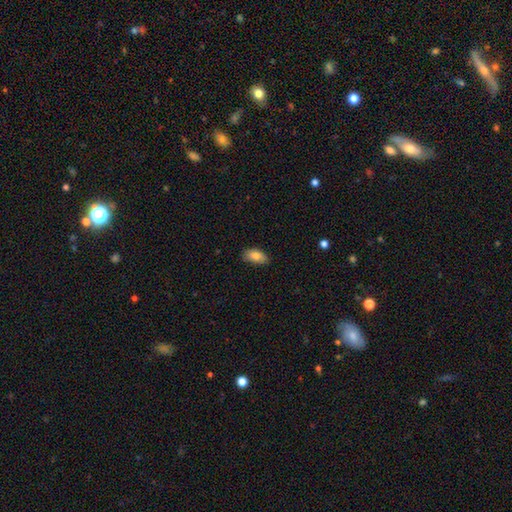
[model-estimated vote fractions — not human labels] A smooth galaxy with no disk features (82%) that is in between round and cigar-shaped (91%).

Vote fractions:
- Smooth or featured? smooth: 82% / featured or disk: 11% / star or artifact: 7%
- How rounded? in between: 91% / cigar-shaped: 5% / round: 4%
- Merging? none: 80% / minor disturbance: 16% / major disturbance: 2% / merger: 1%